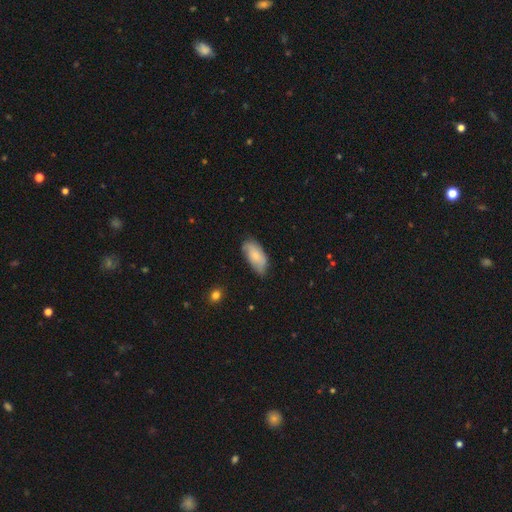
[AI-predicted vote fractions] Morphology: type=smooth (69%); roundness=in between (91%); merging=none (60%).